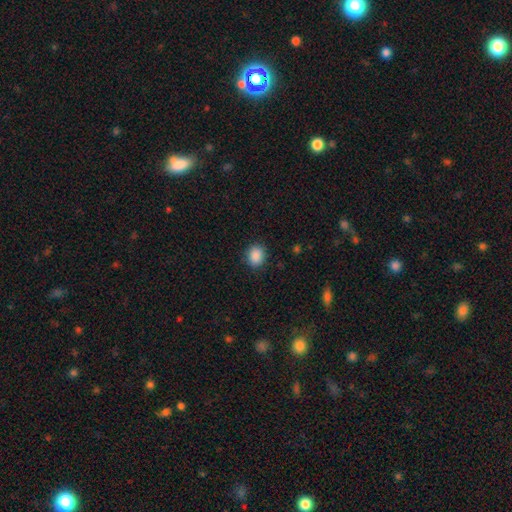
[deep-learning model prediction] Morphology: type=smooth (89%); roundness=round (59%); merging=none (89%).